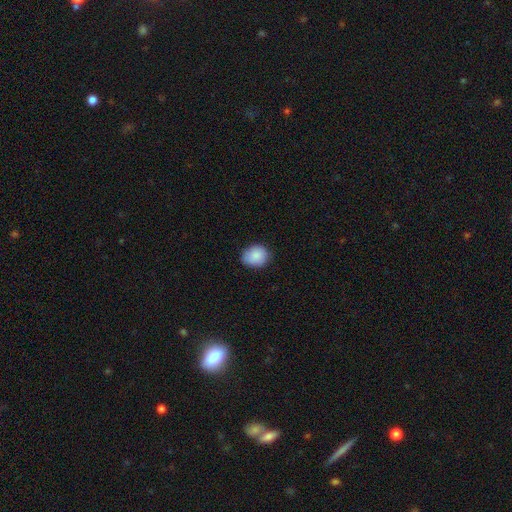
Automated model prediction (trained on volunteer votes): Morphology: type=smooth (88%); roundness=round (59%); merging=none (82%).